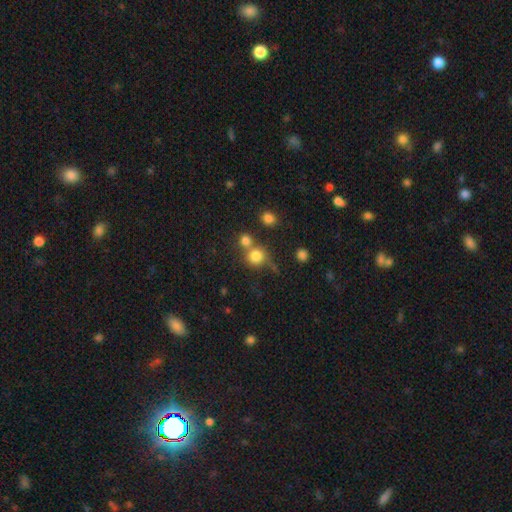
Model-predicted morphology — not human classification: Smooth or featured? Predicted: smooth (p=0.78). How rounded? Predicted: round (p=0.88). Merging? Predicted: none (p=0.50).